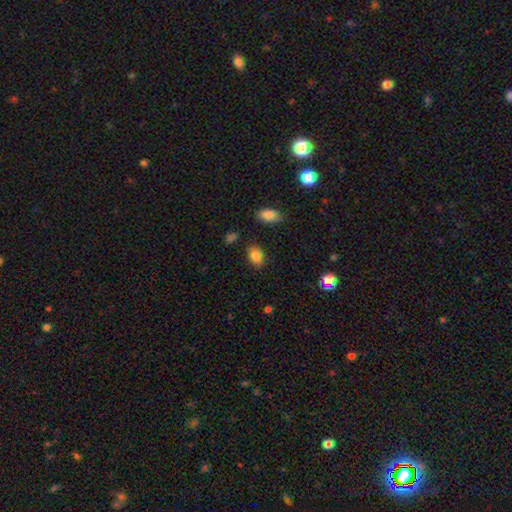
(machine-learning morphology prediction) Smooth or featured?
  - smooth: 86% *
  - star or artifact: 9%
  - featured or disk: 6%
How rounded?
  - in between: 81% *
  - round: 18%
  - cigar-shaped: 1%
Merging?
  - none: 82% *
  - minor disturbance: 12%
  - major disturbance: 3%
  - merger: 3%